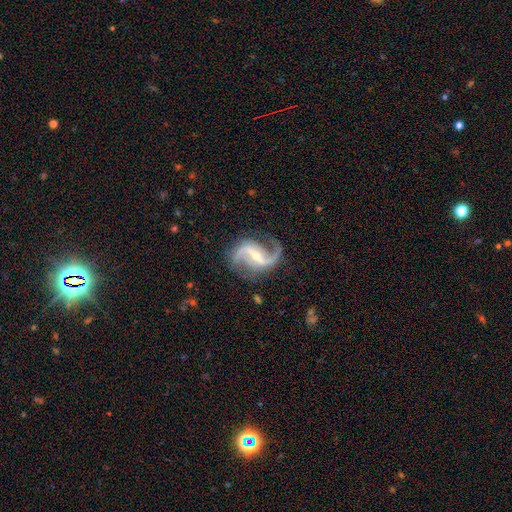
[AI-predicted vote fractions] This appears to be a featured or disk galaxy (92%) with a strong bar (43%), 2 (93%) loose (61%) spiral arms (98%) and a small central bulge (64%). Merging: none (79%).